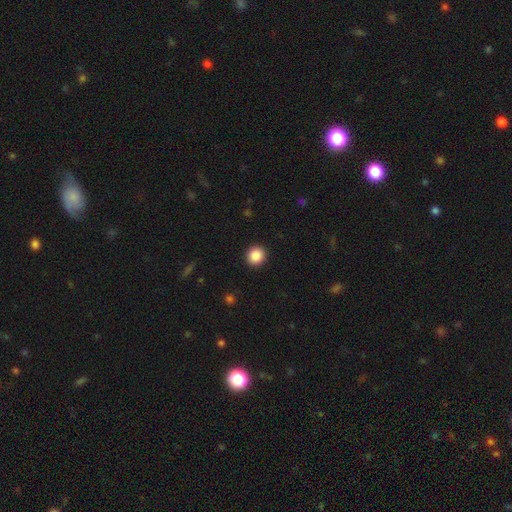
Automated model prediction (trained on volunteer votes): Smooth or featured? smooth (87%)
How rounded? round (91%)
Merging? none (92%)